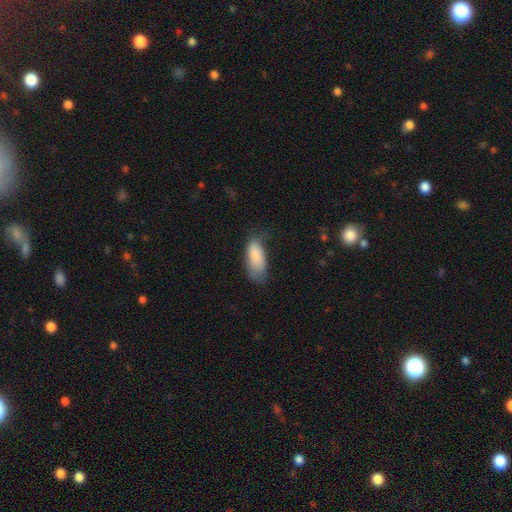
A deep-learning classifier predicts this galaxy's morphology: smooth_or_featured: smooth (p=0.83) [alt: featured or disk p=0.11]
how_rounded: in between (p=0.89) [alt: cigar-shaped p=0.08]
merging: none (p=0.45) [alt: minor disturbance p=0.37]